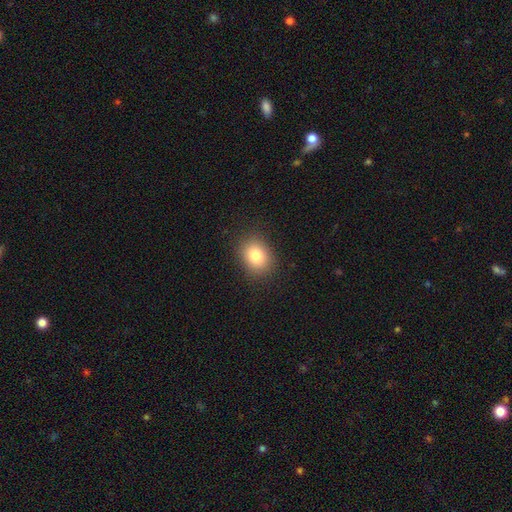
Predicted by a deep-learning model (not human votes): A smooth galaxy with no disk features (82%) that is in between round and cigar-shaped (54%). Merging: none (87%).